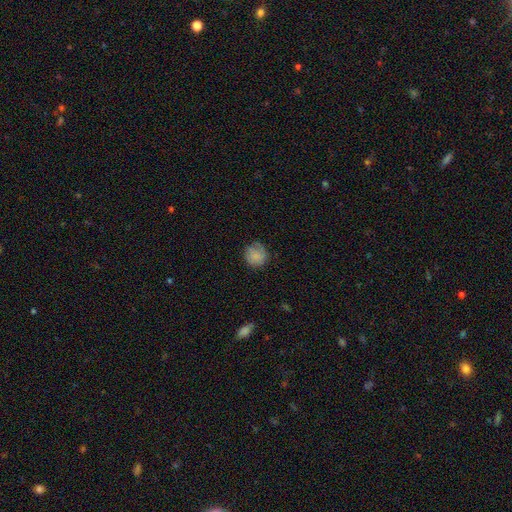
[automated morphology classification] The model was most divided on "merging": none: 74%, minor disturbance: 19%, major disturbance: 6%, merger: 1%. More confident: how rounded — round (87%); smooth or featured — smooth (79%).